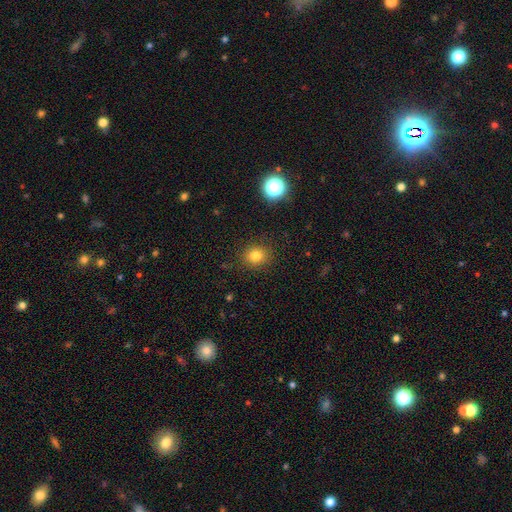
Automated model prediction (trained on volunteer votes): smooth-or-featured: smooth: 80% | star or artifact: 14% | featured or disk: 7%
  how-rounded: round: 76% | in between: 23% | cigar-shaped: 1%
  merging: none: 88% | minor disturbance: 8% | major disturbance: 3% | merger: 1%